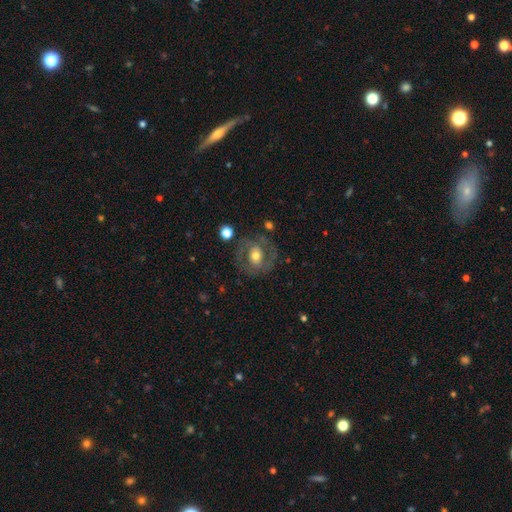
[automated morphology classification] type=featured or disk (56%); edge-on=no (96%); bar=no (67%); spiral arms=no (57%); bulge=moderate (69%); merging=none (73%).